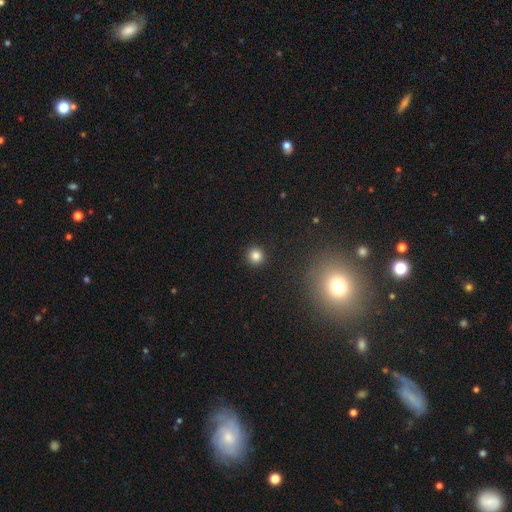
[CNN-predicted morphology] The model was most divided on "smooth or featured": smooth: 83%, star or artifact: 12%, featured or disk: 4%. More confident: how rounded — round (94%); merging — none (93%).